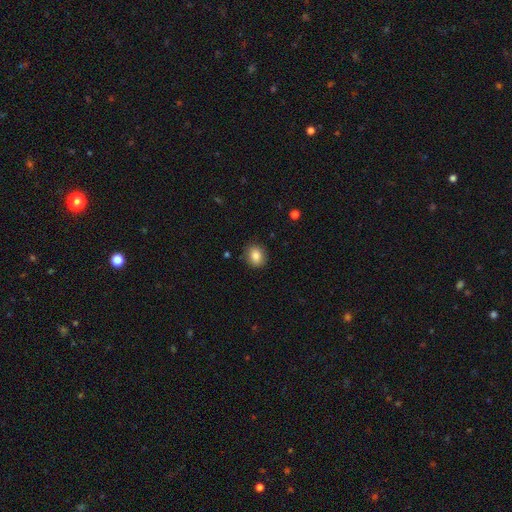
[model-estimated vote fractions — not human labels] A smooth galaxy with no disk features (84%) that is round (63%). Merging: none (87%).